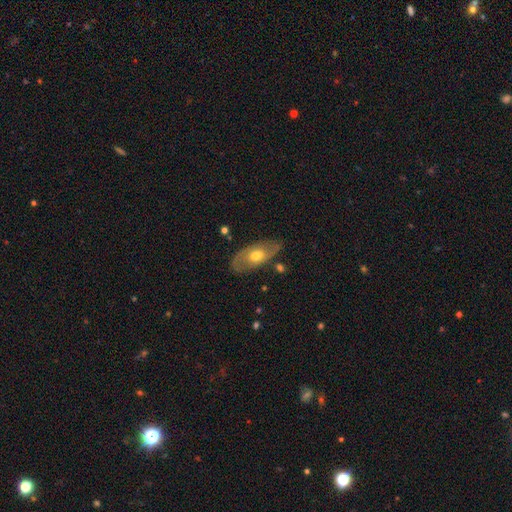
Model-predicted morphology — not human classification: Overall: featured or disk (59%; smooth 35%). Edge-on disk: no (85%). Merging: none (75%).